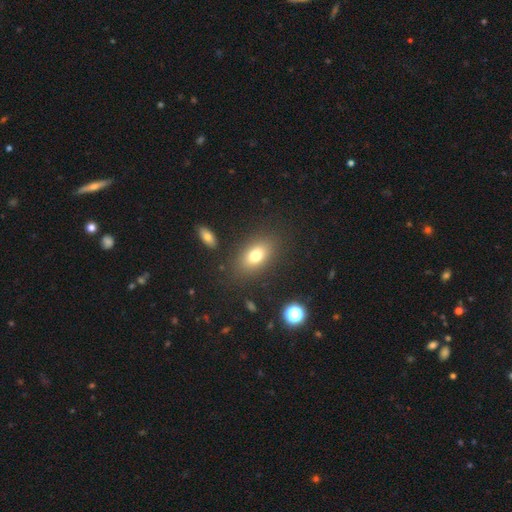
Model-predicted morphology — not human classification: smooth-or-featured: smooth: 75% | featured or disk: 13% | star or artifact: 11%
  how-rounded: in between: 83% | round: 14% | cigar-shaped: 3%
  merging: none: 84% | minor disturbance: 10% | major disturbance: 4% | merger: 2%